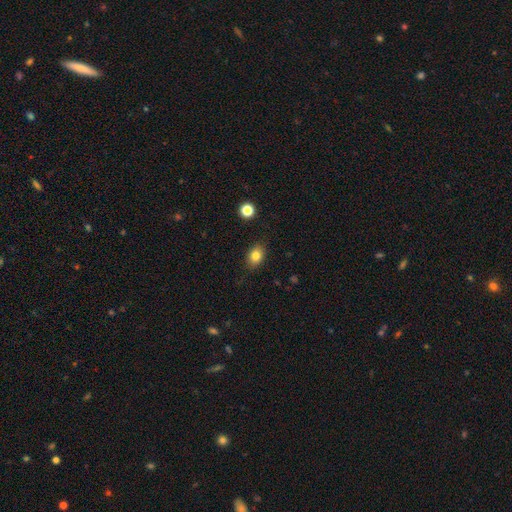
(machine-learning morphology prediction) This appears to be a smooth galaxy with no disk features (82%) that is in between round and cigar-shaped (68%). Merging: none (86%).